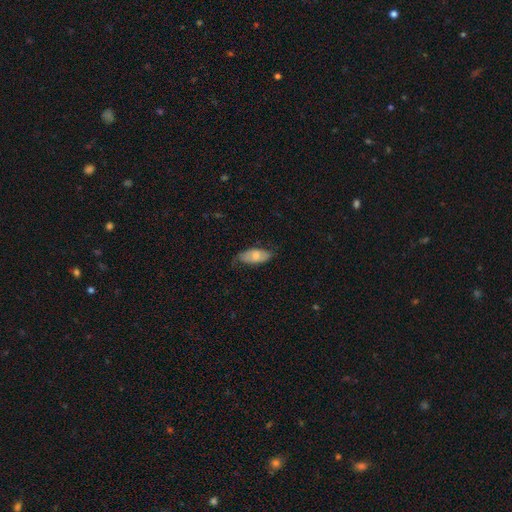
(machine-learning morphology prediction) smooth_or_featured: smooth (p=0.67) [alt: featured or disk p=0.27]
how_rounded: in between (p=0.88) [alt: cigar-shaped p=0.09]
merging: none (p=0.65) [alt: minor disturbance p=0.28]